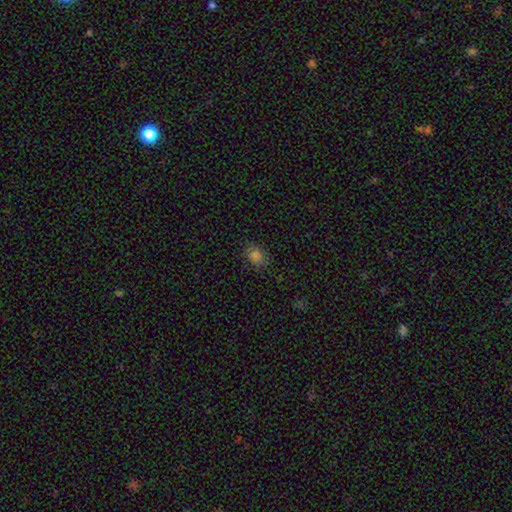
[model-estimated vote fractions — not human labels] Smooth or featured? smooth (81%)
How rounded? in between (74%)
Merging? none (81%)